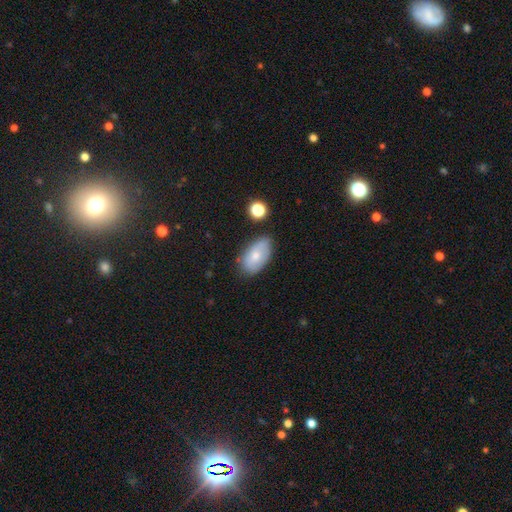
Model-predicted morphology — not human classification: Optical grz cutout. It shows a smooth galaxy with no disk features (67%) that is in between round and cigar-shaped (93%). Merging: none (70%).